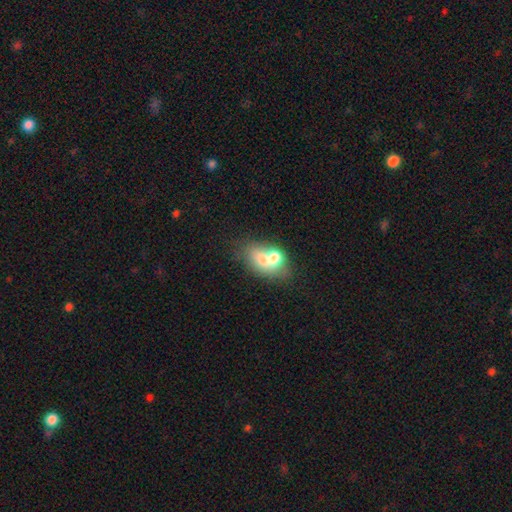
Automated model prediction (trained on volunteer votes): A smooth galaxy with no disk features (60%) that is in between round and cigar-shaped (68%).

Vote fractions:
- Smooth or featured? smooth: 60% / featured or disk: 27% / star or artifact: 13%
- How rounded? in between: 68% / round: 30% / cigar-shaped: 3%
- Merging? merger: 48% / none: 34% / minor disturbance: 11% / major disturbance: 7%